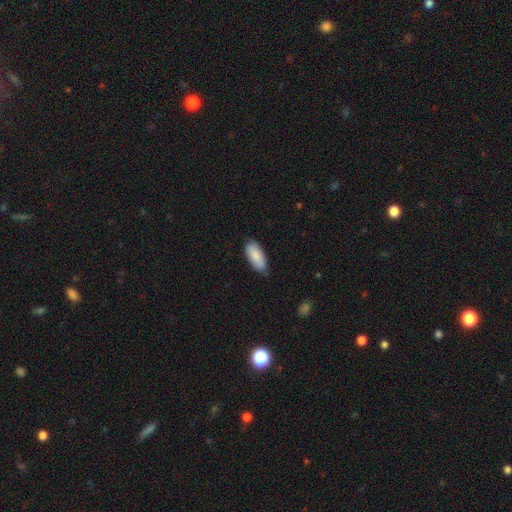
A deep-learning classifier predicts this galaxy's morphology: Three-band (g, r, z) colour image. It shows a smooth galaxy with no disk features (86%) that is in between round and cigar-shaped (87%). Merging: none (73%).